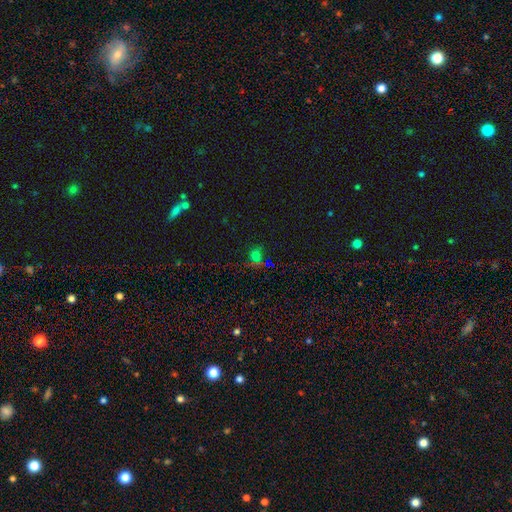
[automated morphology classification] Smooth or featured: smooth — 45% (tied with star or artifact — 45%)
Merging: none — 61% (minor disturbance — 19%)